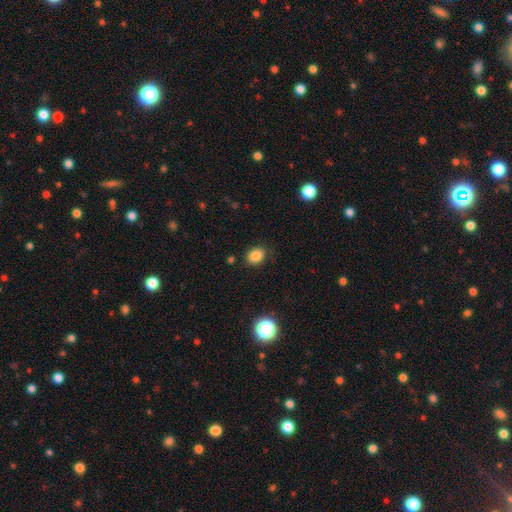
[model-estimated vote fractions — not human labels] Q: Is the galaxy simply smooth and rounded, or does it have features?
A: smooth — 84%.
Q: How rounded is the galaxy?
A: in between — 59%.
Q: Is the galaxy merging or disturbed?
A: none — 84%.